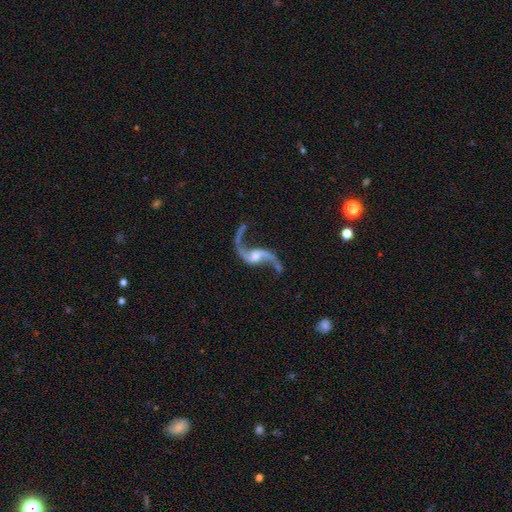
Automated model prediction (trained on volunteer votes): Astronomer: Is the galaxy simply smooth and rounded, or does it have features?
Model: featured or disk — 91%.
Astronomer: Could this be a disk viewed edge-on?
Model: no — 96%.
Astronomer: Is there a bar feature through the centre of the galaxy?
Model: no — 48% (runner-up: weak, 38%).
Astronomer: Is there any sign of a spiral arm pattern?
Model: yes — 97%.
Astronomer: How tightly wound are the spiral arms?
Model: loose — 92%.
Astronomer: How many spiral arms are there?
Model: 2 — 94%.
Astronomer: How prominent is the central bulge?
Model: moderate — 45% (runner-up: small, 32%).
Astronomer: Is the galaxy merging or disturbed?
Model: none — 70%.